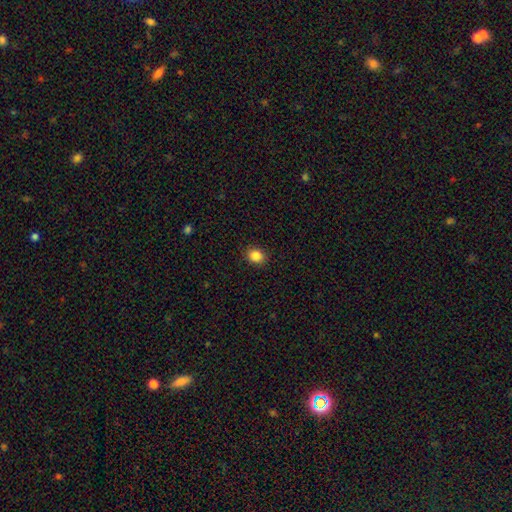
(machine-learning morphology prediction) Overall: smooth (86%). How rounded: round (60%; in between 39%). Merging: none (90%).